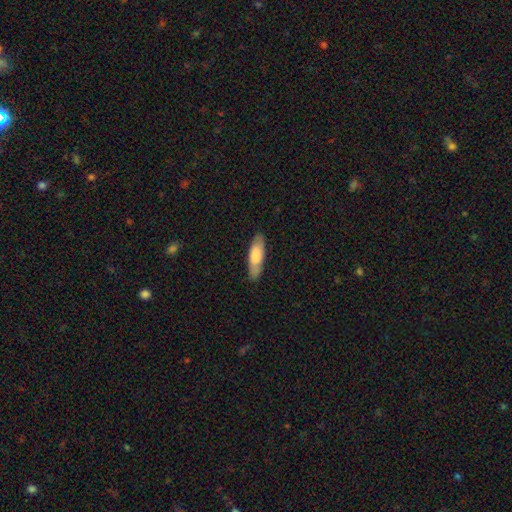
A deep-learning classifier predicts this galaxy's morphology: Overall: smooth (75%). How rounded: in between (50%; cigar-shaped 48%). Merging: none (82%).